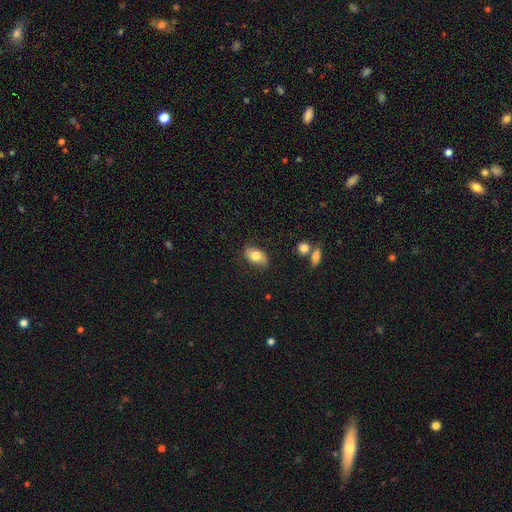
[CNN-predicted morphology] smooth-or-featured: smooth: 76% | featured or disk: 17% | star or artifact: 7%
  how-rounded: in between: 90% | round: 8% | cigar-shaped: 2%
  merging: none: 82% | minor disturbance: 13% | major disturbance: 3% | merger: 2%